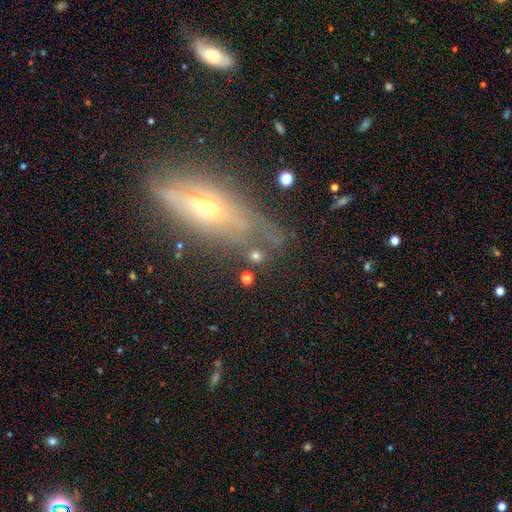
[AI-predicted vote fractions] A smooth galaxy with no disk features (67%) that is round (80%). Merging: none (76%).